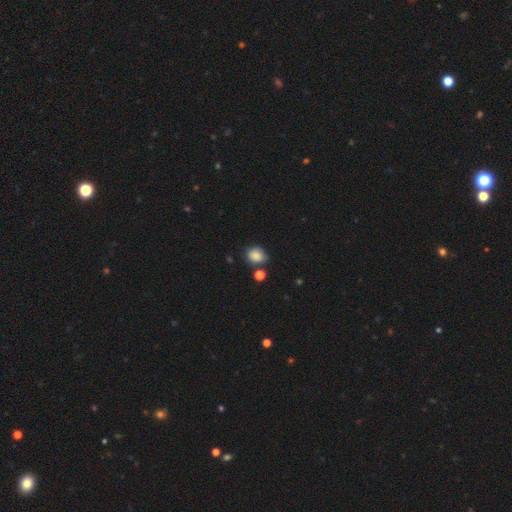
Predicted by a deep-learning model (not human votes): Smooth or featured: smooth — 85% (star or artifact — 10%)
How rounded: round — 60% (in between — 39%)
Merging: none — 69% (minor disturbance — 19%)